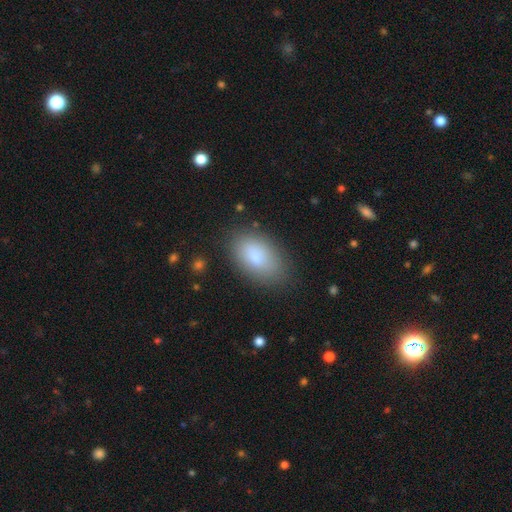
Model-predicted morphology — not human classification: A smooth galaxy with no disk features (80%) that is in between round and cigar-shaped (92%). Merging: none (81%).